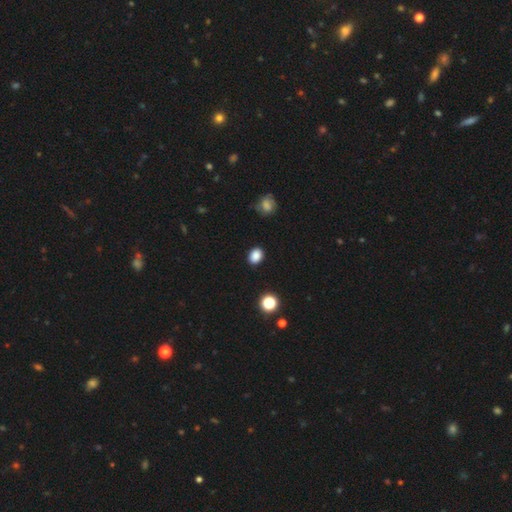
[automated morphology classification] smooth-or-featured: smooth: 86% | star or artifact: 11% | featured or disk: 3%
  how-rounded: in between: 57% | round: 42% | cigar-shaped: 1%
  merging: none: 88% | minor disturbance: 8% | major disturbance: 2% | merger: 1%